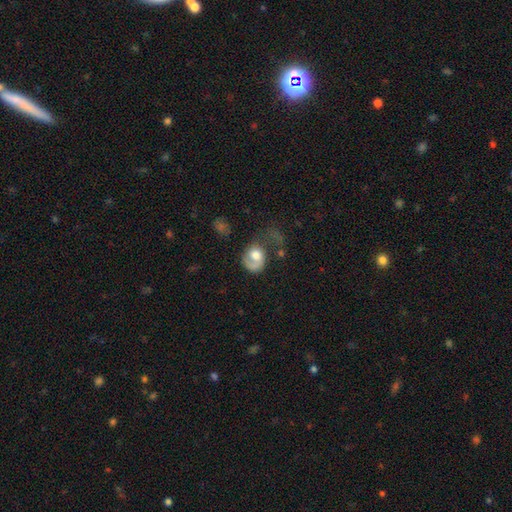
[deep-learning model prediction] Morphology: type=smooth (52%); roundness=round (53%); merging=major disturbance (50%).